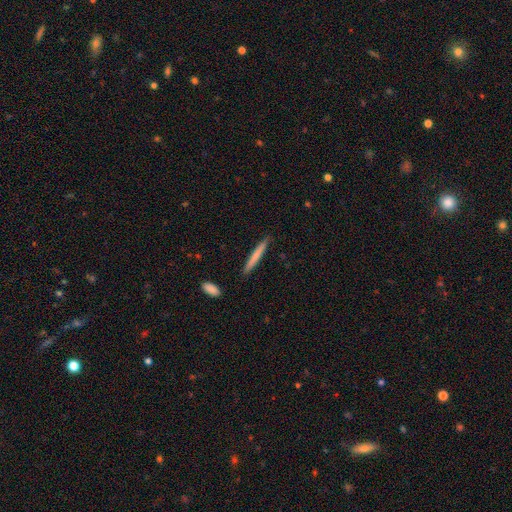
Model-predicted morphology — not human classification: smooth-or-featured: smooth: 69% | featured or disk: 26% | star or artifact: 5%
  how-rounded: cigar-shaped: 96% | in between: 3% | round: 1%
  merging: none: 89% | minor disturbance: 8% | major disturbance: 2% | merger: 2%